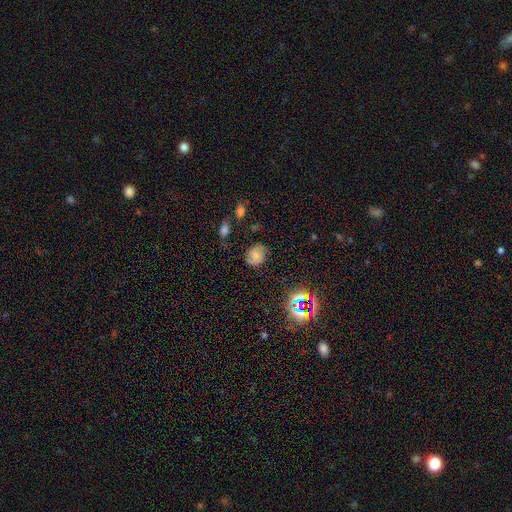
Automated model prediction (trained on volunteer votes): Morphology: type=smooth (53%); roundness=round (63%); merging=none (74%).